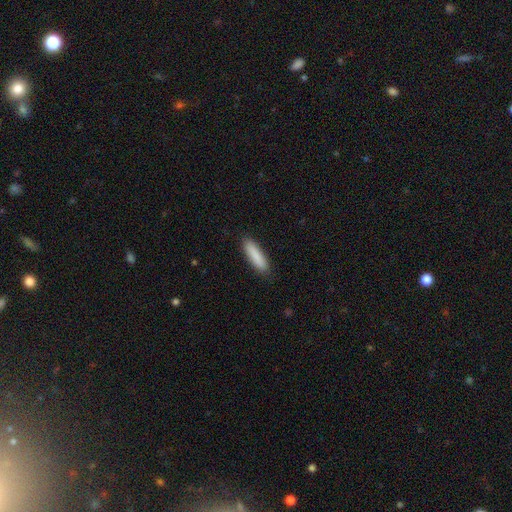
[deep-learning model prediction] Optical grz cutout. It shows a smooth galaxy with no disk features (88%) that is cigar-shaped (72%). Merging: none (88%).